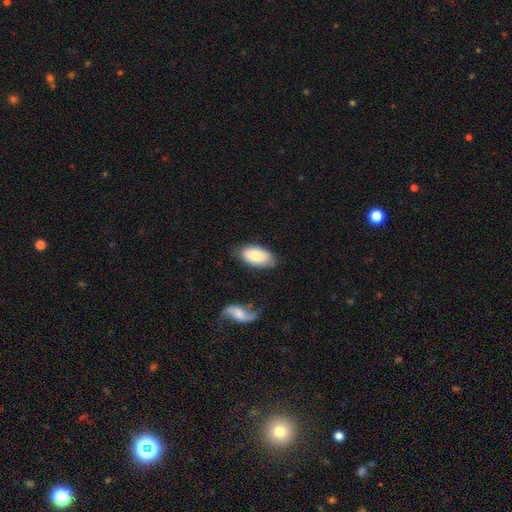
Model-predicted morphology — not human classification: Smooth or featured: smooth — 81% (featured or disk — 13%)
How rounded: in between — 94% (round — 3%)
Merging: none — 75% (minor disturbance — 17%)